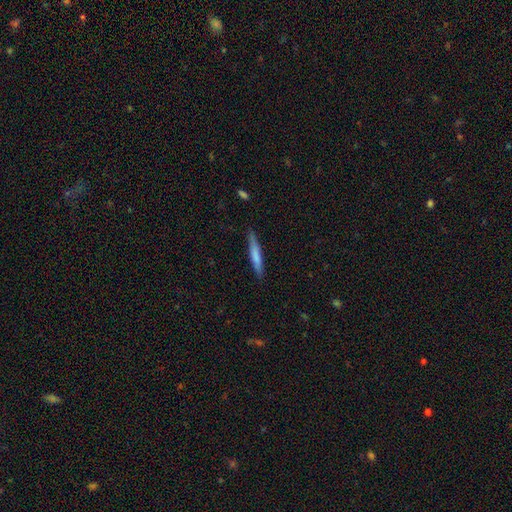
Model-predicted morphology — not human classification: The model was most divided on "smooth or featured": smooth: 68%, featured or disk: 27%, star or artifact: 5%. More confident: how rounded — cigar-shaped (93%); merging — none (86%).